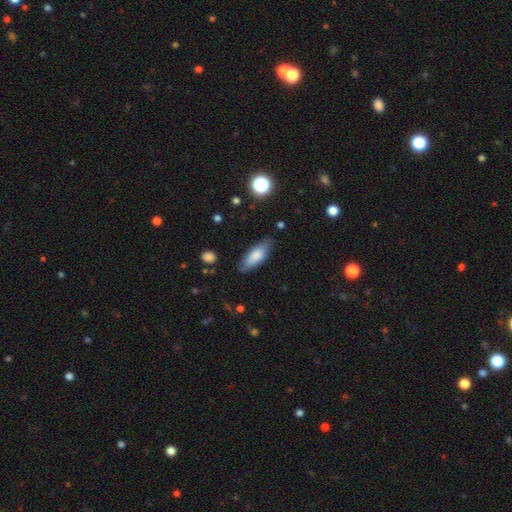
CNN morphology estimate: Smooth or featured?
  - smooth: 80% *
  - featured or disk: 14%
  - star or artifact: 7%
How rounded?
  - in between: 68% *
  - cigar-shaped: 30%
  - round: 2%
Merging?
  - none: 79% *
  - minor disturbance: 16%
  - major disturbance: 3%
  - merger: 2%